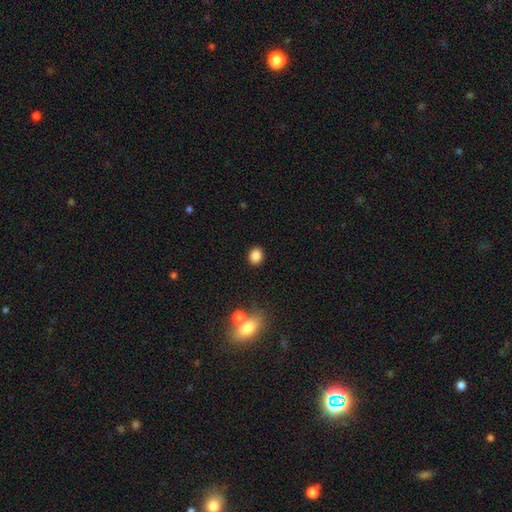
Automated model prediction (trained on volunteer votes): smooth-or-featured: smooth: 86% | star or artifact: 10% | featured or disk: 4%
  how-rounded: round: 63% | in between: 36% | cigar-shaped: 1%
  merging: none: 89% | minor disturbance: 7% | merger: 2% | major disturbance: 2%